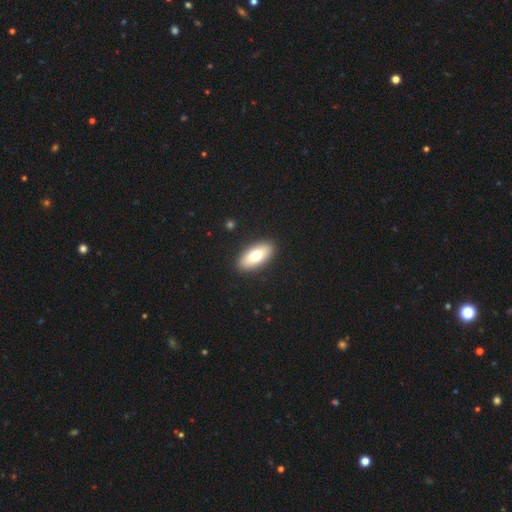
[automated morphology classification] Smooth or featured? smooth (73%)
How rounded? in between (89%)
Merging? none (91%)